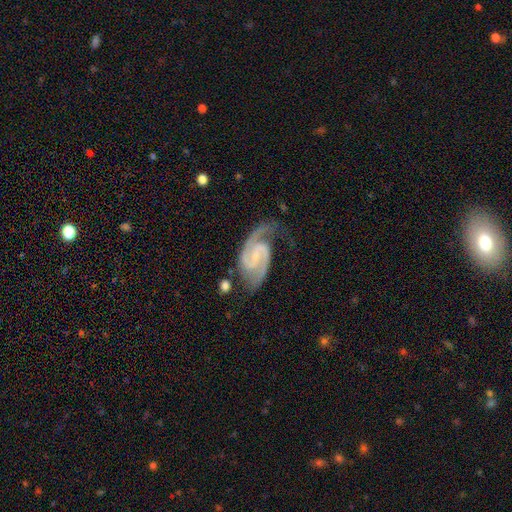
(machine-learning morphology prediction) featured or disk 93%, star or artifact 4%, smooth 3%. Down the decision tree: edge-on disk — no (98%); bar — weak (44%); spiral arms — yes (98%); spiral arm count — 2 (94%); spiral winding — medium (57%); bulge size — small (46%); merging — none (71%).